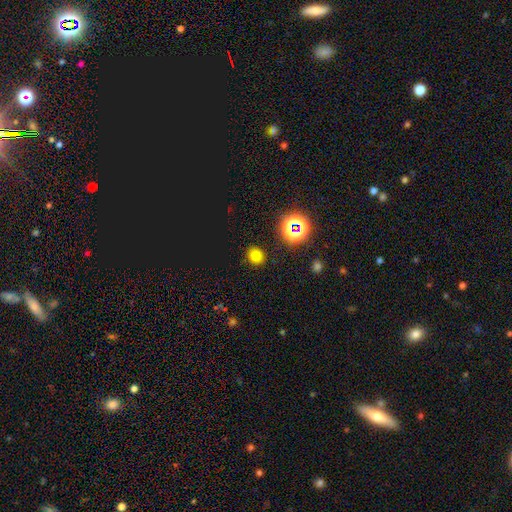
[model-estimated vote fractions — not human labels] Overall: smooth (71%). How rounded: round (70%). Merging: none (88%).